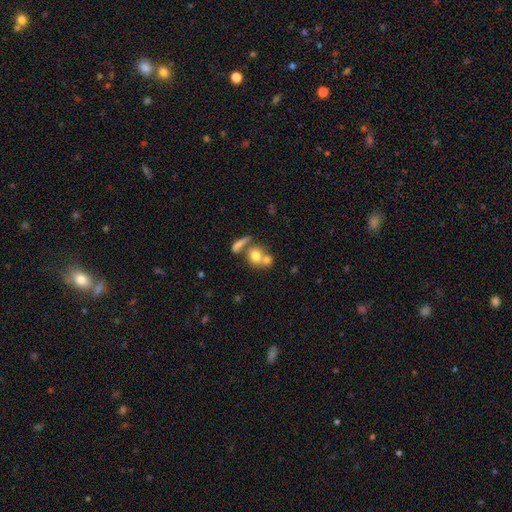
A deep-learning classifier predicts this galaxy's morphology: Smooth or featured: smooth — 71% (featured or disk — 18%)
How rounded: round — 71% (in between — 27%)
Merging: merger — 49% (none — 38%)